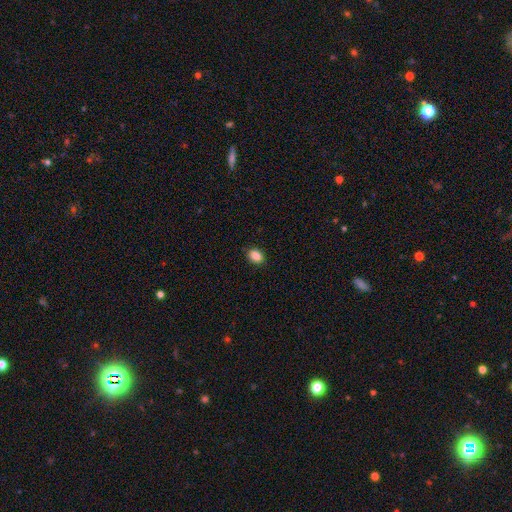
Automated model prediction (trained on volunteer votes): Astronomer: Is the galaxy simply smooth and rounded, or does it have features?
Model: smooth — 87%.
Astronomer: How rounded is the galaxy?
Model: in between — 68%.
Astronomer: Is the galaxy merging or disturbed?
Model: none — 90%.